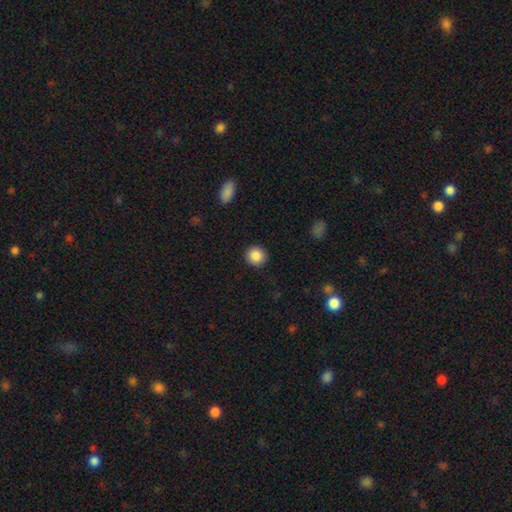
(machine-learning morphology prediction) The model was most divided on "smooth or featured": smooth: 87%, star or artifact: 9%, featured or disk: 4%. More confident: how rounded — round (92%); merging — none (92%).